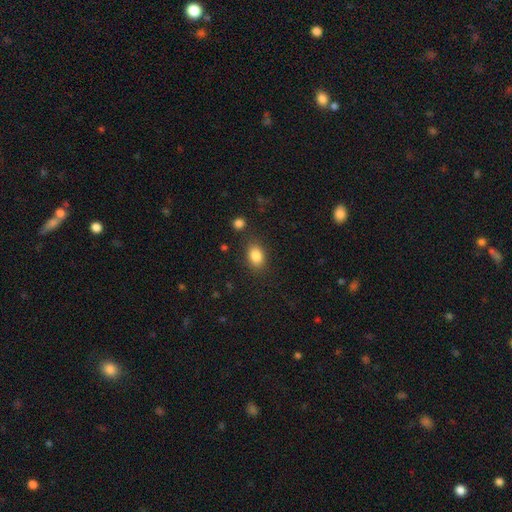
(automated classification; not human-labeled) smooth_or_featured: smooth (p=0.85) [alt: star or artifact p=0.09]
how_rounded: in between (p=0.75) [alt: round p=0.24]
merging: none (p=0.82) [alt: minor disturbance p=0.11]